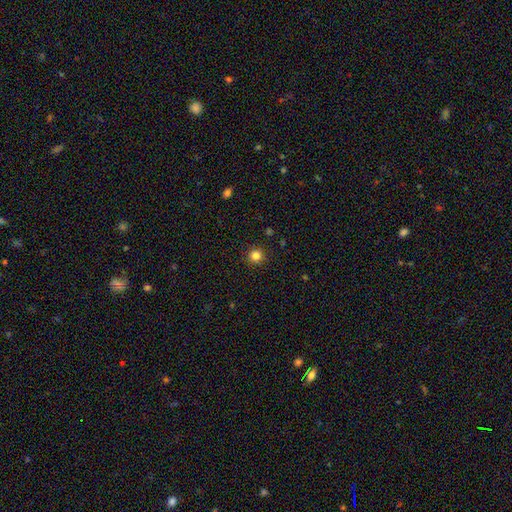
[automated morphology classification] Smooth or featured? Predicted: smooth (p=0.83). How rounded? Predicted: round (p=0.94). Merging? Predicted: none (p=0.91).